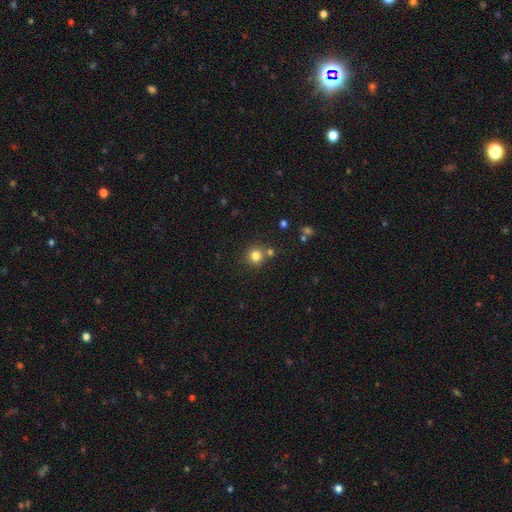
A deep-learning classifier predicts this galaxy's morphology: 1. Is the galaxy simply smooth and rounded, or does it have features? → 80% smooth, 13% star or artifact, 7% featured or disk.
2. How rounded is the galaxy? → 93% round, 6% in between, 1% cigar-shaped.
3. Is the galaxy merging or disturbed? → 76% none, 13% merger, 8% minor disturbance, 3% major disturbance.